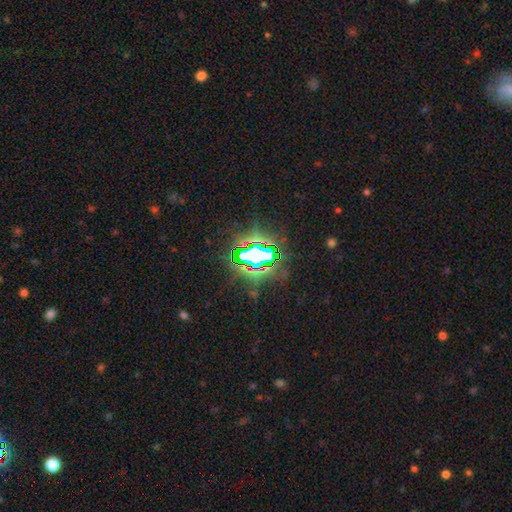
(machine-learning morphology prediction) smooth-or-featured: star or artifact: 76% | smooth: 12% | featured or disk: 11%